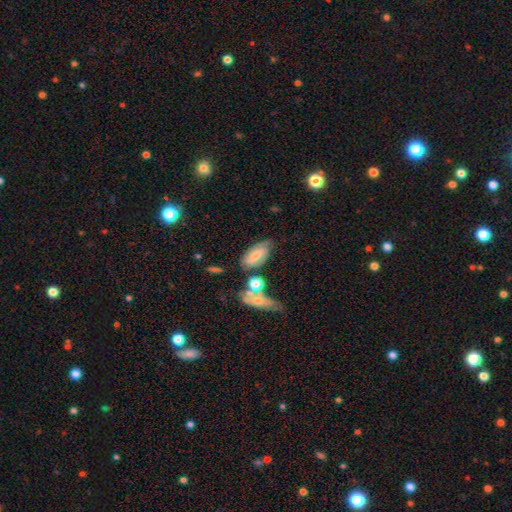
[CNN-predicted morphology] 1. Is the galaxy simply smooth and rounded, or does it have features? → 51% smooth, 39% featured or disk, 10% star or artifact.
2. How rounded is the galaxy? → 87% in between, 7% cigar-shaped, 6% round.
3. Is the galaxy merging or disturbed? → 55% none, 23% minor disturbance, 12% merger, 9% major disturbance.